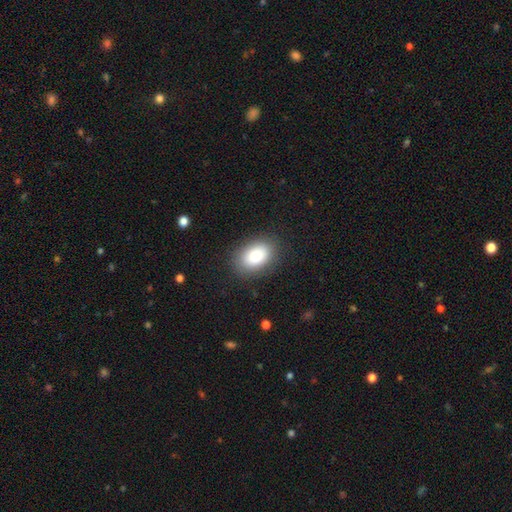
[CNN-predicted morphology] Smooth or featured? smooth (83%)
How rounded? in between (85%)
Merging? none (86%)